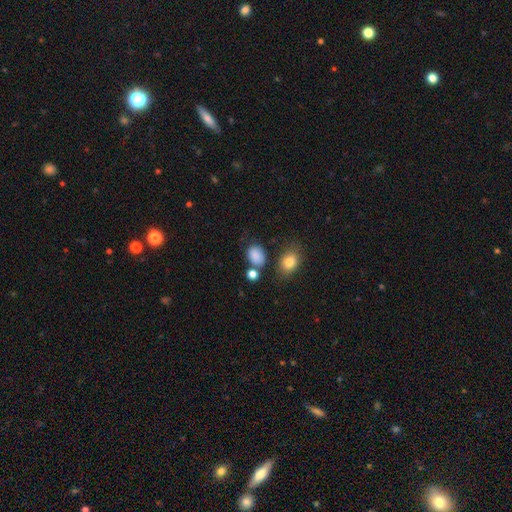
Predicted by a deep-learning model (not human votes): smooth 85%, star or artifact 10%, featured or disk 5%. Down the decision tree: how rounded — in between (66%); merging — none (65%).